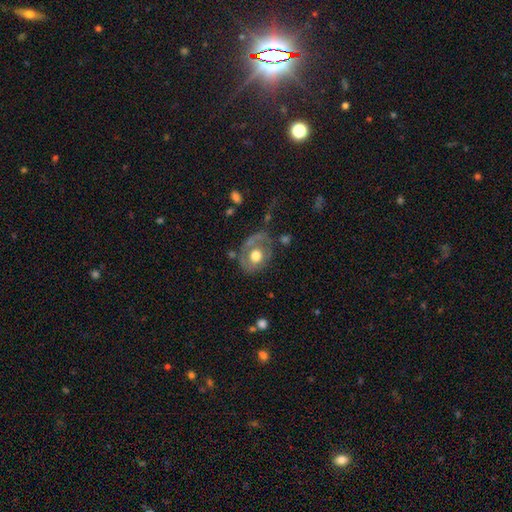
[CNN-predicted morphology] A smooth galaxy with no disk features (47%).

Vote fractions:
- Smooth or featured? smooth: 47% / featured or disk: 46% / star or artifact: 7%
- Merging? none: 53% / minor disturbance: 25% / major disturbance: 18% / merger: 4%